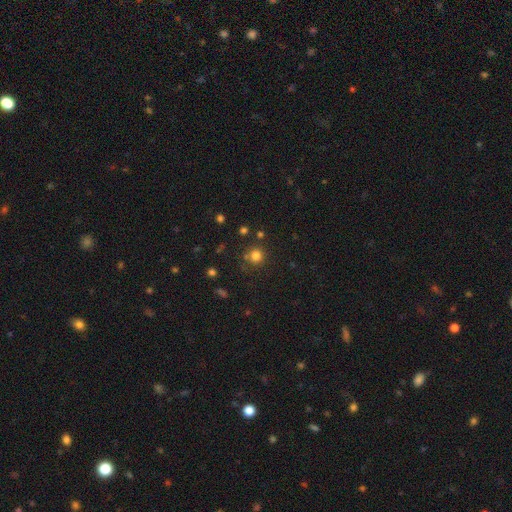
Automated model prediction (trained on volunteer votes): A smooth galaxy with no disk features (79%) that is round (93%). Merging: none (79%).